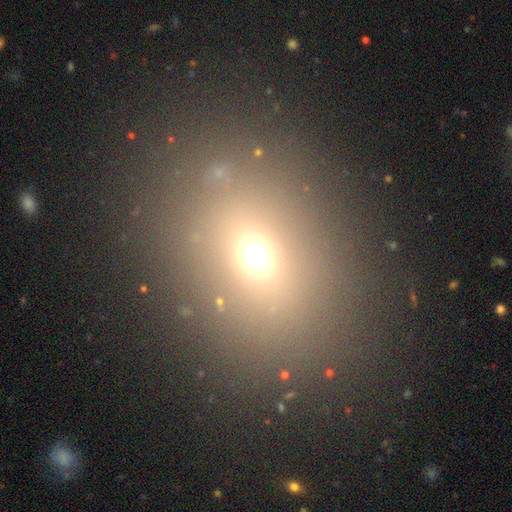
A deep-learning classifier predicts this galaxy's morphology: smooth-or-featured: smooth: 65% | star or artifact: 23% | featured or disk: 12%
  how-rounded: in between: 51% | round: 47% | cigar-shaped: 2%
  merging: none: 83% | minor disturbance: 9% | major disturbance: 5% | merger: 3%